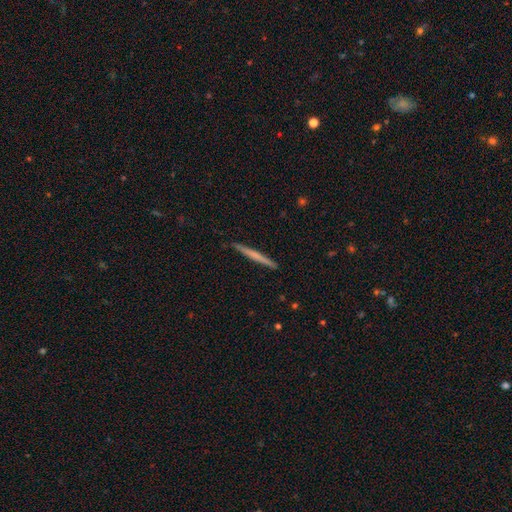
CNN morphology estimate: type=smooth (52%); roundness=cigar-shaped (97%); merging=none (92%).